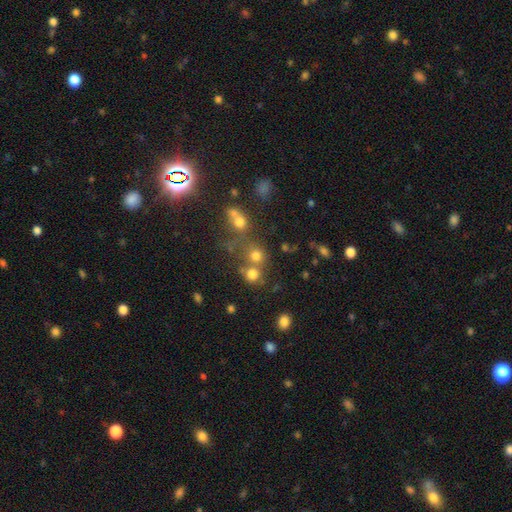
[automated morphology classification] smooth 71%, star or artifact 19%, featured or disk 10%. Down the decision tree: how rounded — round (85%); merging — none (54%).